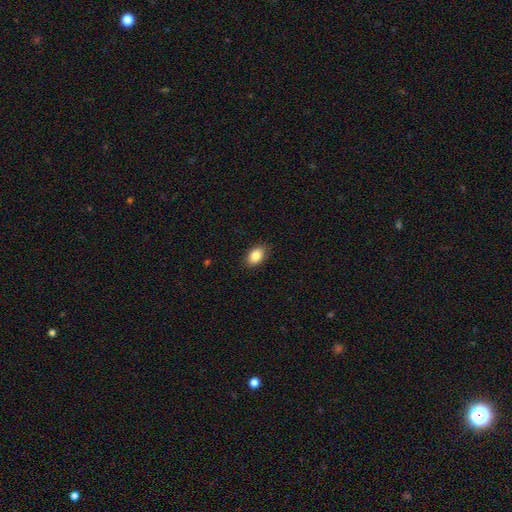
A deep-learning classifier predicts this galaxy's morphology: Q: Smooth or featured?
A: smooth (85%); runner-up: star or artifact (8%)
Q: How rounded?
A: in between (86%); runner-up: round (13%)
Q: Merging?
A: none (87%); runner-up: minor disturbance (10%)